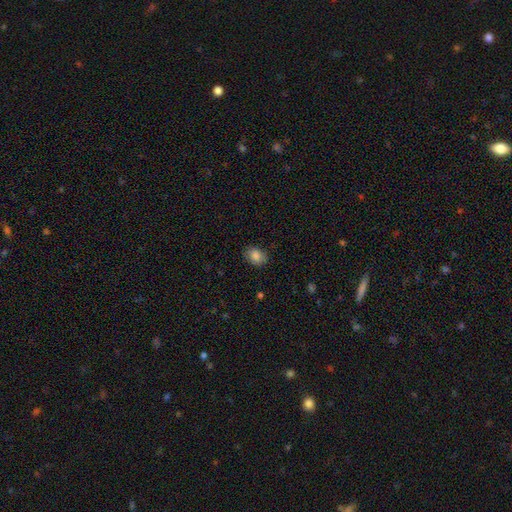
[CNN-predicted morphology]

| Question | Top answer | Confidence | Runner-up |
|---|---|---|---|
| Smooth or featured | smooth | 85% | star or artifact (9%) |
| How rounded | in between | 62% | round (37%) |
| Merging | none | 83% | minor disturbance (13%) |